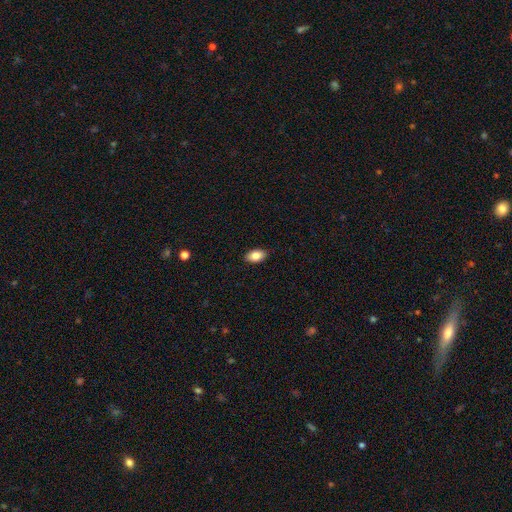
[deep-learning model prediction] A smooth galaxy with no disk features (85%) that is in between round and cigar-shaped (92%).

Vote fractions:
- Smooth or featured? smooth: 85% / featured or disk: 8% / star or artifact: 7%
- How rounded? in between: 92% / round: 6% / cigar-shaped: 2%
- Merging? none: 90% / minor disturbance: 8% / major disturbance: 2% / merger: 1%